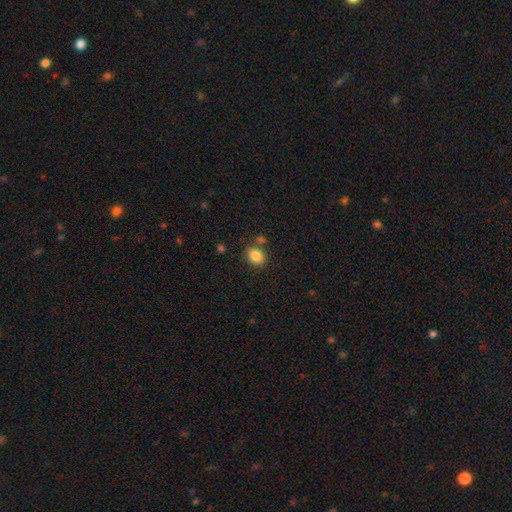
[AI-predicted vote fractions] The model was most divided on "how rounded": round: 60%, in between: 39%, cigar-shaped: 1%. More confident: smooth or featured — smooth (84%); merging — none (76%).